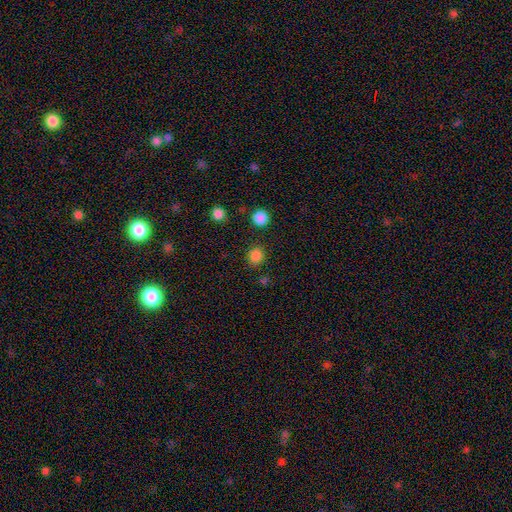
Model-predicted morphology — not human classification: Smooth or featured: smooth — 84% (star or artifact — 13%)
How rounded: round — 87% (in between — 12%)
Merging: none — 88% (minor disturbance — 7%)